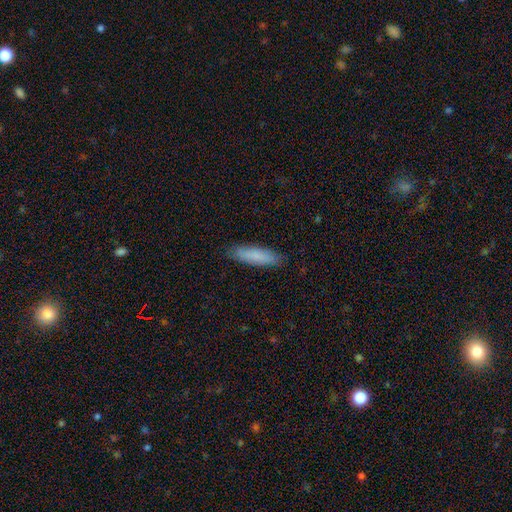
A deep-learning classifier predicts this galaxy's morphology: smooth_or_featured: smooth (p=0.82) [alt: featured or disk p=0.12]
how_rounded: cigar-shaped (p=0.71) [alt: in between p=0.27]
merging: none (p=0.86) [alt: minor disturbance p=0.11]